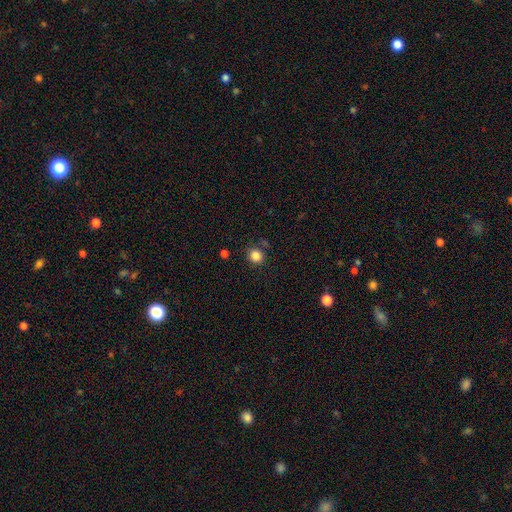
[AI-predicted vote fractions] smooth 85%, star or artifact 11%, featured or disk 4%. Down the decision tree: how rounded — round (81%); merging — none (82%).